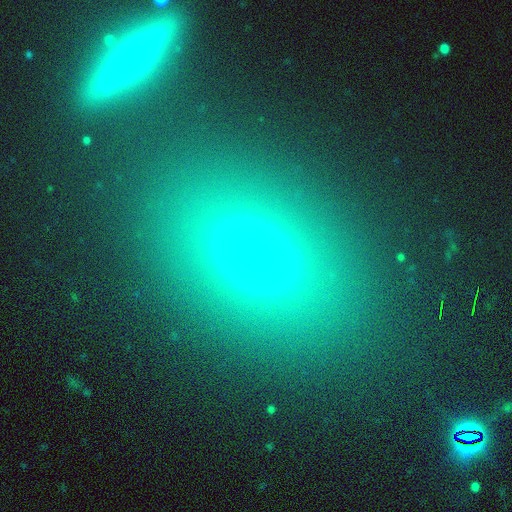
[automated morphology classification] The model was most divided on "how rounded": in between: 65%, round: 31%, cigar-shaped: 4%. More confident: merging — none (73%); smooth or featured — smooth (67%).